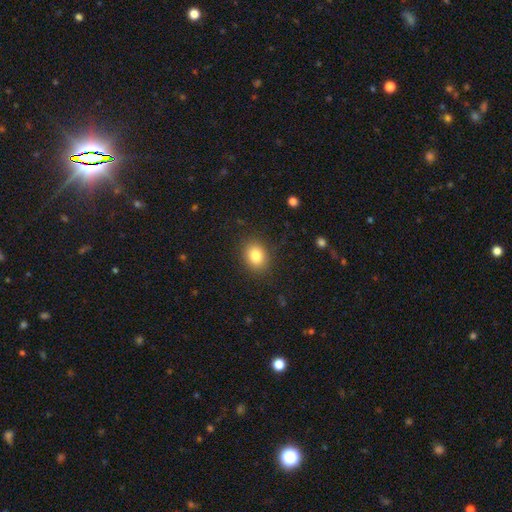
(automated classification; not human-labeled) Smooth or featured? Predicted: smooth (p=0.83). How rounded? Predicted: round (p=0.57). Merging? Predicted: none (p=0.87).